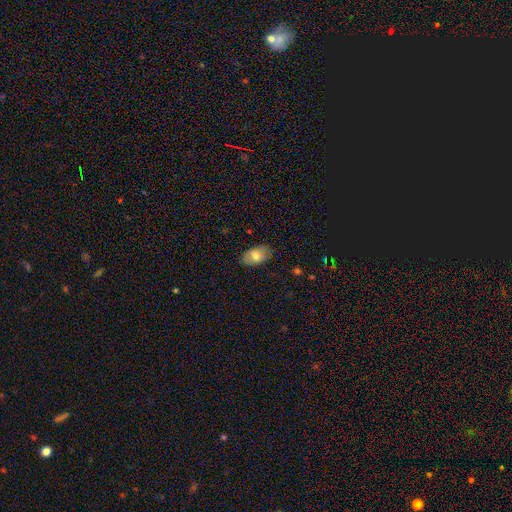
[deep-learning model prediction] Smooth or featured?
  - smooth: 74% *
  - featured or disk: 19%
  - star or artifact: 7%
How rounded?
  - in between: 93% *
  - round: 5%
  - cigar-shaped: 2%
Merging?
  - none: 83% *
  - minor disturbance: 13%
  - major disturbance: 3%
  - merger: 1%